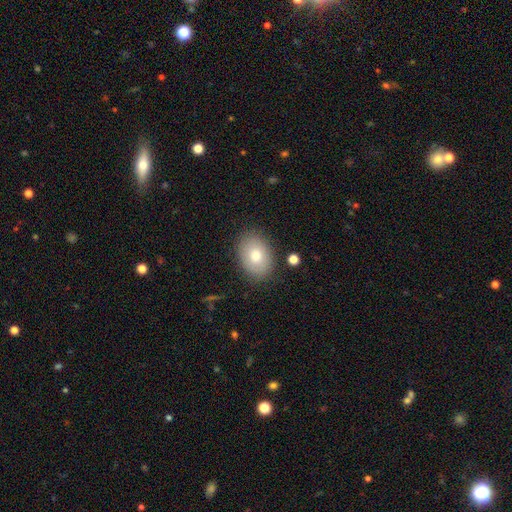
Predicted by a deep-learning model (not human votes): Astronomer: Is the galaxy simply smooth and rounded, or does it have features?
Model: smooth — 78%.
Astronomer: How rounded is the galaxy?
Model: in between — 79%.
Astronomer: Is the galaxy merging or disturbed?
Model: none — 83%.